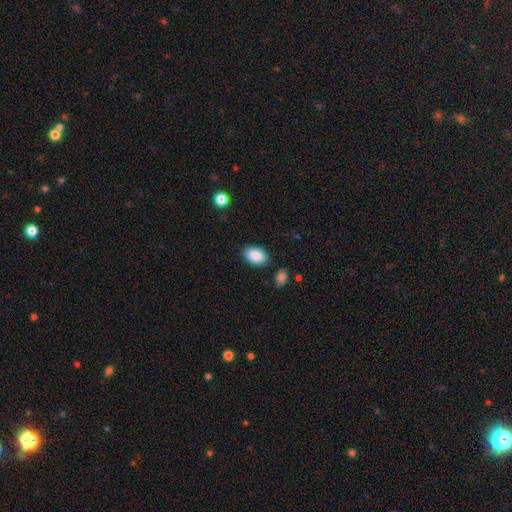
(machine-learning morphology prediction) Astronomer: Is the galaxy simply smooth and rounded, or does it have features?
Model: smooth — 89%.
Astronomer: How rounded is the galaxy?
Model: in between — 88%.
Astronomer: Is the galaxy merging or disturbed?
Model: none — 83%.